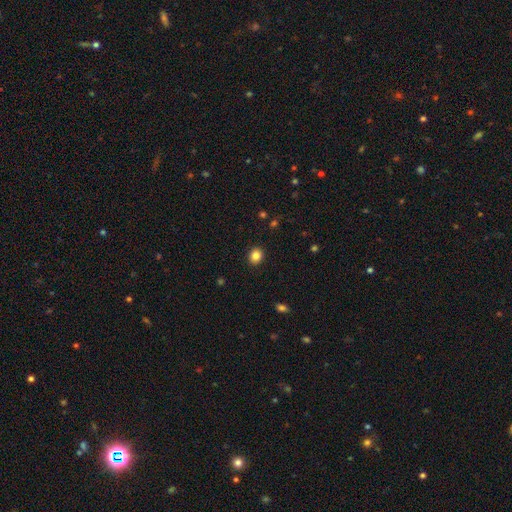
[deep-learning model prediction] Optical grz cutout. It shows a smooth galaxy with no disk features (85%) that is round (73%). Merging: none (92%).